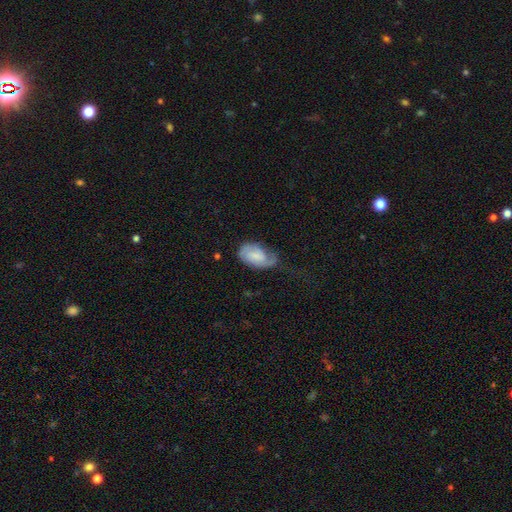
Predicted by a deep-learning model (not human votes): featured or disk 49%, smooth 44%, star or artifact 7%. Down the decision tree: merging — none (40%).